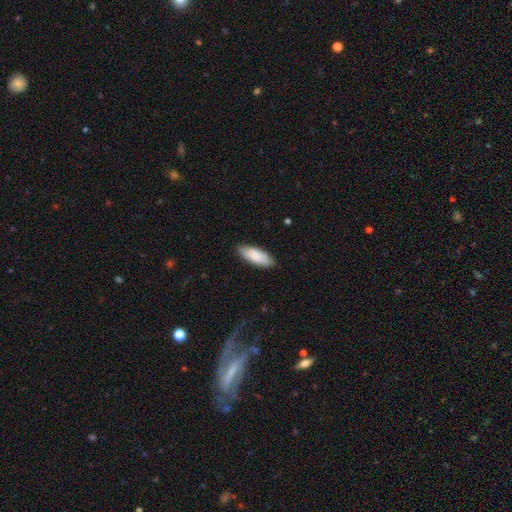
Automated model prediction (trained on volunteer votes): Smooth or featured? Predicted: smooth (p=0.88). How rounded? Predicted: in between (p=0.69). Merging? Predicted: none (p=0.87).